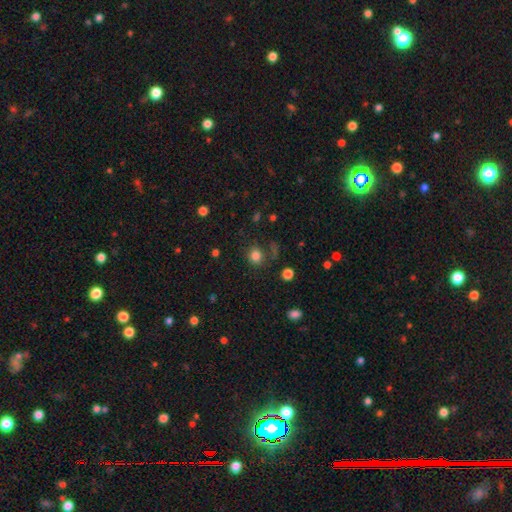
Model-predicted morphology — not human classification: A smooth galaxy with no disk features (81%) that is round (81%). Merging: none (76%).